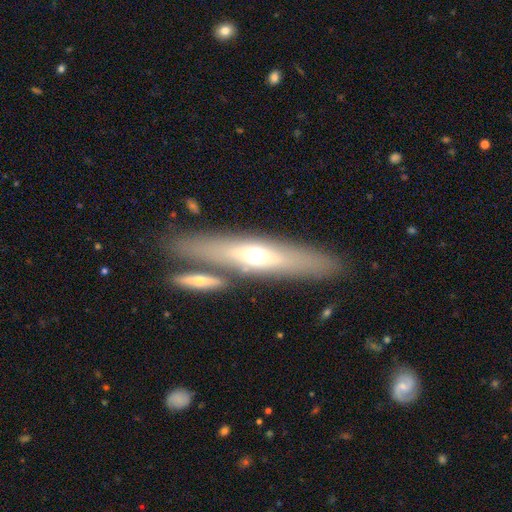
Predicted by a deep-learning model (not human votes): smooth_or_featured: smooth (p=0.48) [alt: featured or disk p=0.45]
merging: none (p=0.69) [alt: merger p=0.17]